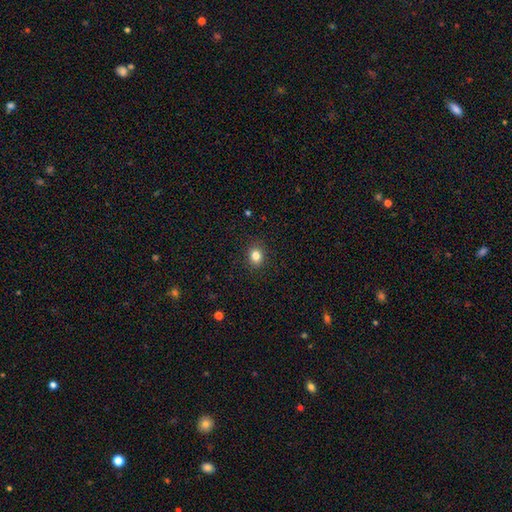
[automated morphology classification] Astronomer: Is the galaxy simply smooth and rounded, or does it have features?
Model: smooth — 83%.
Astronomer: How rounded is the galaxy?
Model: round — 67%.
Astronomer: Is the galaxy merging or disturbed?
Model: none — 90%.